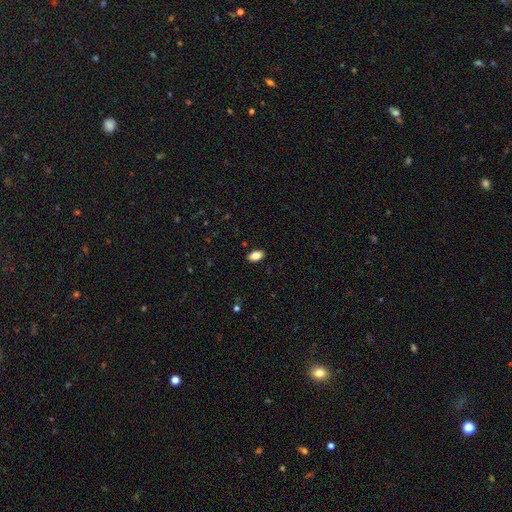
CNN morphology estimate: Smooth or featured: smooth — 85% (star or artifact — 8%)
How rounded: in between — 91% (round — 7%)
Merging: none — 89% (minor disturbance — 8%)